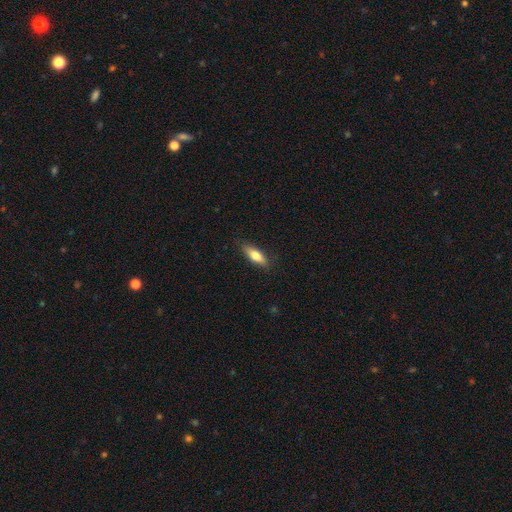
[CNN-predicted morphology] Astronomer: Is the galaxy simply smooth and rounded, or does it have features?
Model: smooth — 74%.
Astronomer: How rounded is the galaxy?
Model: in between — 57% (runner-up: cigar-shaped, 40%).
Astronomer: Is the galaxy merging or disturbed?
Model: none — 85%.